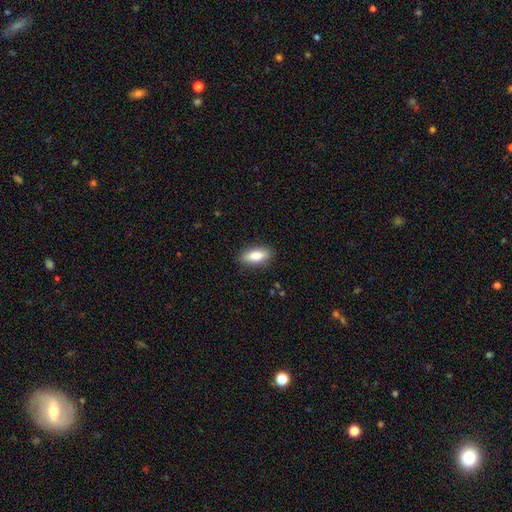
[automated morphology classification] Smooth or featured?
  - smooth: 83% *
  - featured or disk: 11%
  - star or artifact: 7%
How rounded?
  - in between: 75% *
  - cigar-shaped: 22%
  - round: 3%
Merging?
  - none: 87% *
  - minor disturbance: 9%
  - major disturbance: 2%
  - merger: 1%